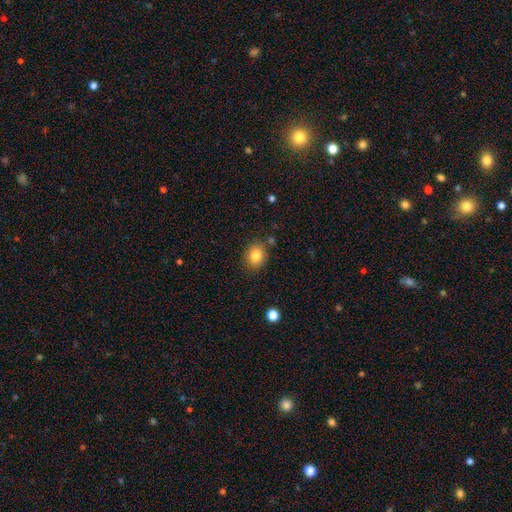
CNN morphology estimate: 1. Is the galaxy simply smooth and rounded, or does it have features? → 83% smooth, 10% star or artifact, 7% featured or disk.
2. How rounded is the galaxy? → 58% round, 41% in between, 1% cigar-shaped.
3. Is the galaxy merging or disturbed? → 83% none, 10% minor disturbance, 3% merger, 3% major disturbance.